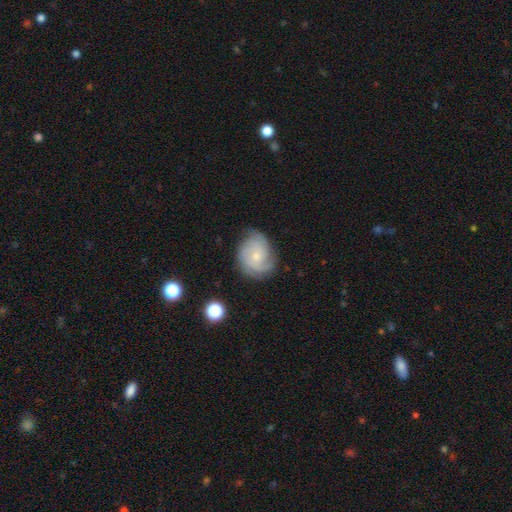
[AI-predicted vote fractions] Smooth or featured? Predicted: featured or disk (p=0.70). Edge-on disk? Predicted: no (p=0.98). Bar? Predicted: no (p=0.75). Spiral arms? Predicted: yes (p=0.94). Spiral winding? Predicted: tight (p=0.51). Spiral arm count? Predicted: 3 (p=0.31). Bulge size? Predicted: small (p=0.67). Merging? Predicted: none (p=0.69).